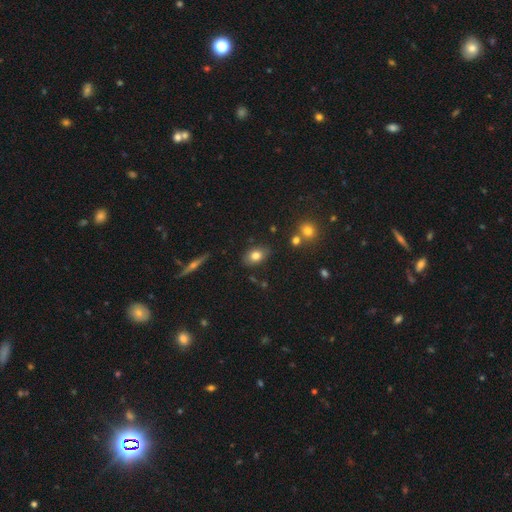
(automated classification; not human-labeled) Overall: smooth (77%). How rounded: in between (81%). Merging: none (82%).